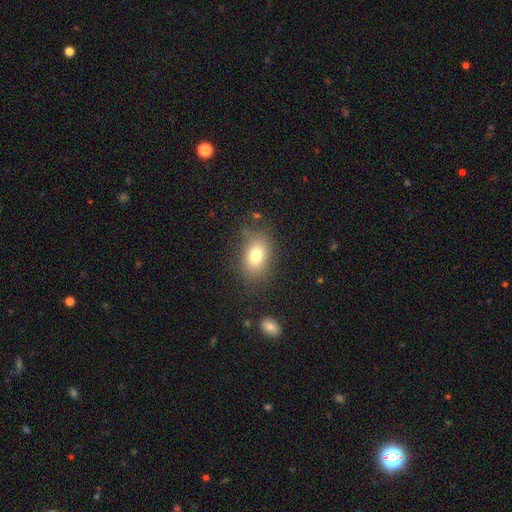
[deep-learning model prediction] smooth 77%, featured or disk 12%, star or artifact 11%. Down the decision tree: how rounded — in between (77%); merging — none (78%).